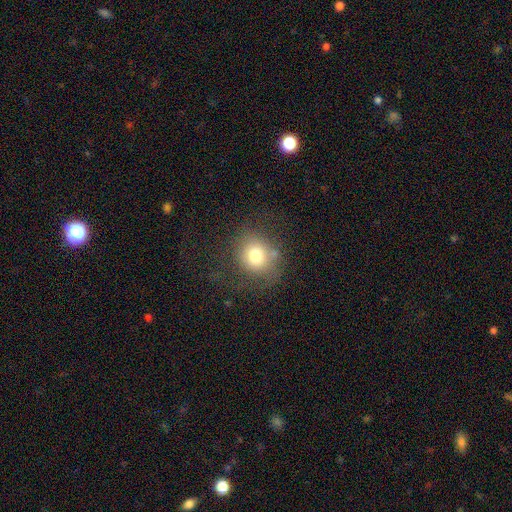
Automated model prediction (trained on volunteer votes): The model was most divided on "merging": none: 64%, minor disturbance: 20%, major disturbance: 13%, merger: 3%. More confident: how rounded — round (75%); smooth or featured — smooth (74%).